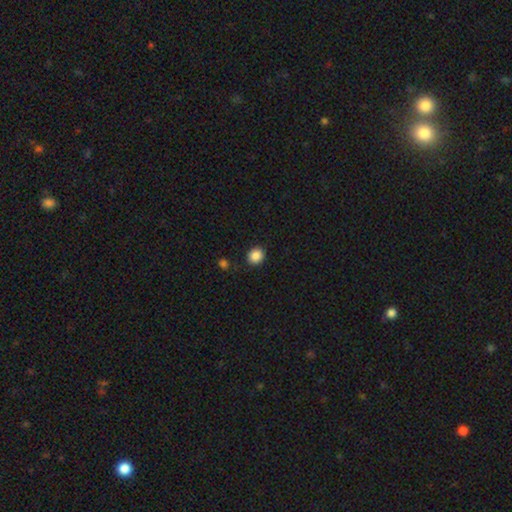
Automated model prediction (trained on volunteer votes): Overall: smooth (87%). How rounded: round (78%). Merging: none (88%).